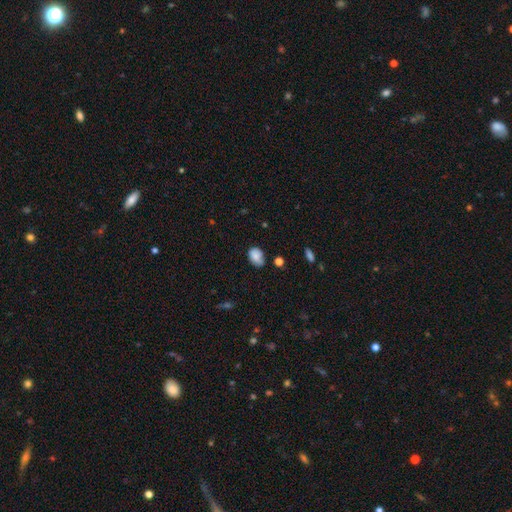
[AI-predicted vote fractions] A smooth galaxy with no disk features (80%) that is in between round and cigar-shaped (78%).

Vote fractions:
- Smooth or featured? smooth: 80% / featured or disk: 12% / star or artifact: 8%
- How rounded? in between: 78% / round: 20% / cigar-shaped: 1%
- Merging? none: 57% / minor disturbance: 32% / major disturbance: 7% / merger: 4%